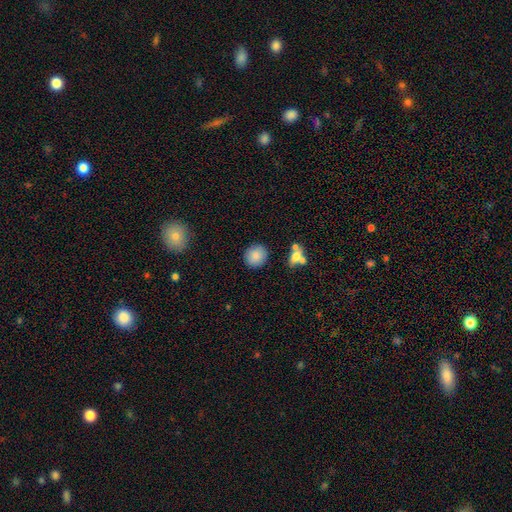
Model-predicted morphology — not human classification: This is clearly a smooth galaxy (86%). How rounded: clearly round (82%). Merging: clearly none (85%).